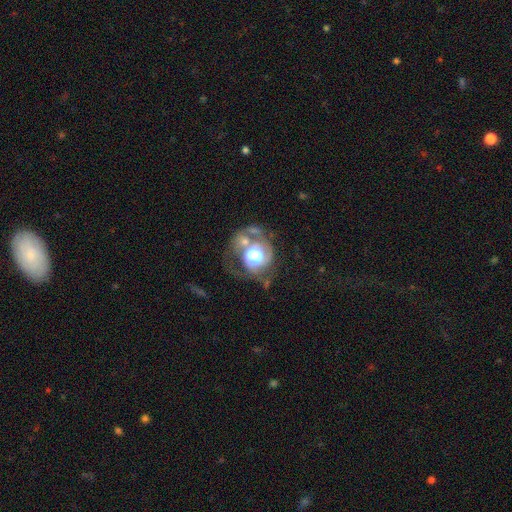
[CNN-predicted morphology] The model was most divided on "smooth or featured": featured or disk: 42%, smooth: 32%, star or artifact: 25%. Remaining: merging — none (45%).